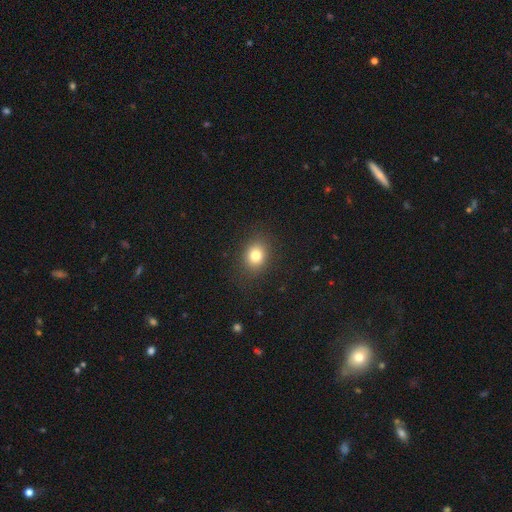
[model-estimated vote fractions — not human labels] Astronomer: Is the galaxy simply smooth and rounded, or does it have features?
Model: smooth — 79%.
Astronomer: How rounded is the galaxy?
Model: round — 60% (runner-up: in between, 39%).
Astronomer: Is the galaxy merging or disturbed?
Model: none — 87%.